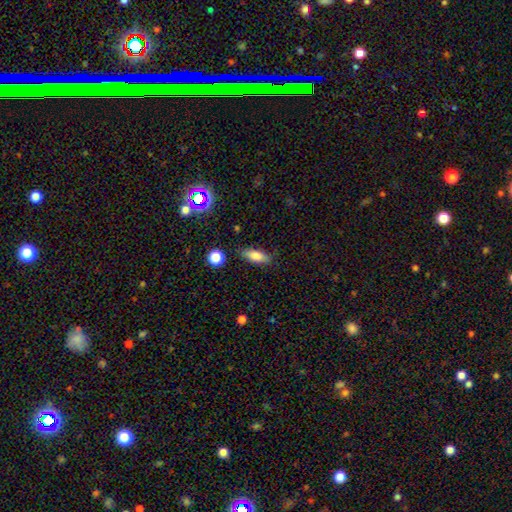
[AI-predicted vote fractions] smooth_or_featured: smooth (p=0.79) [alt: featured or disk p=0.11]
how_rounded: in between (p=0.71) [alt: cigar-shaped p=0.26]
merging: none (p=0.83) [alt: minor disturbance p=0.12]